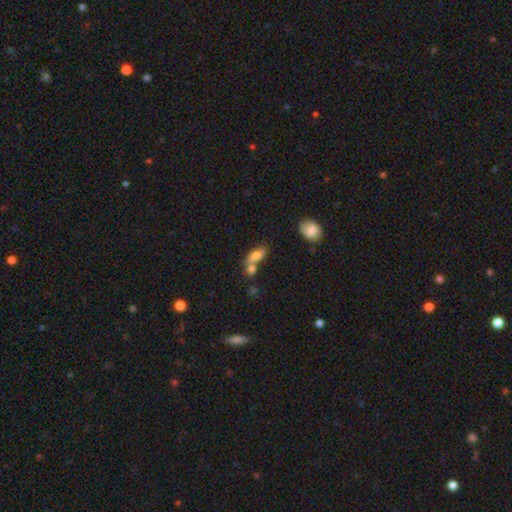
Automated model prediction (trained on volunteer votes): Overall: smooth (73%). How rounded: in between (74%). Merging: merger (46%; none 37%).